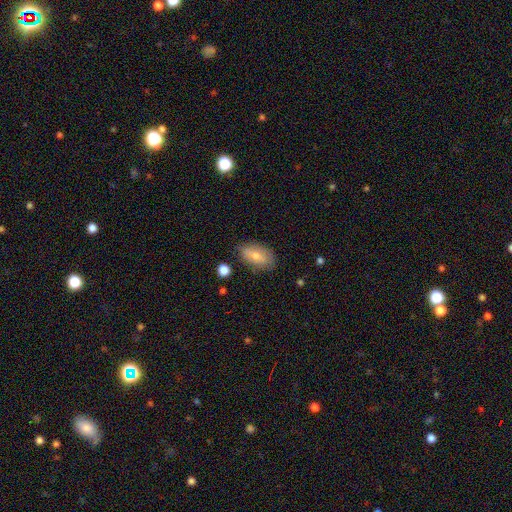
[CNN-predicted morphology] The model was most divided on "smooth or featured": smooth: 75%, featured or disk: 18%, star or artifact: 7%. More confident: how rounded — in between (92%); merging — none (77%).